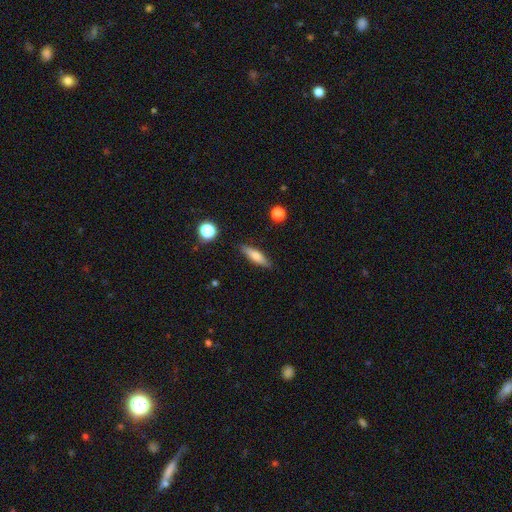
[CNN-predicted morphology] Smooth or featured? smooth (63%)
How rounded? cigar-shaped (65%)
Merging? none (86%)